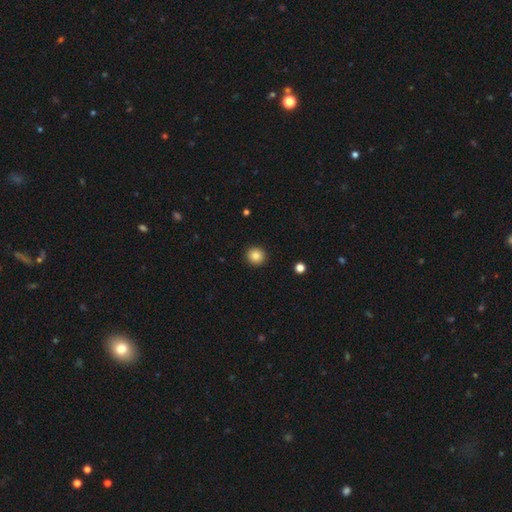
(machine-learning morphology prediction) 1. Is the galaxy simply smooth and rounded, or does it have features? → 85% smooth, 10% star or artifact, 5% featured or disk.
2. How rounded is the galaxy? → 94% round, 5% in between, 1% cigar-shaped.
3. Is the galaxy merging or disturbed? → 93% none, 5% minor disturbance, 2% major disturbance, 1% merger.